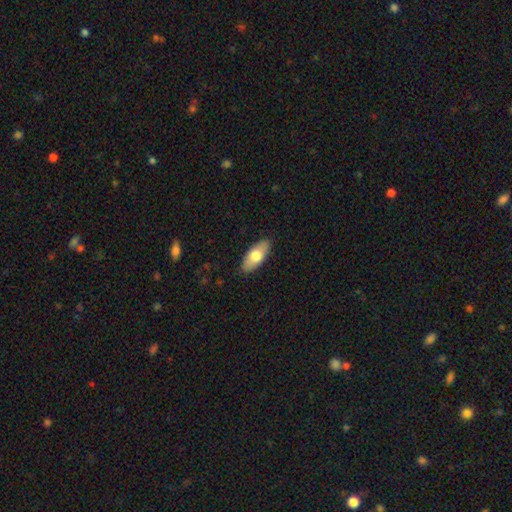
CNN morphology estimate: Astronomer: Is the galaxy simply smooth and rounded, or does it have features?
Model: smooth — 72%.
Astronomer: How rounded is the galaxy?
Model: in between — 86%.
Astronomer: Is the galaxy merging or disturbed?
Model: none — 88%.